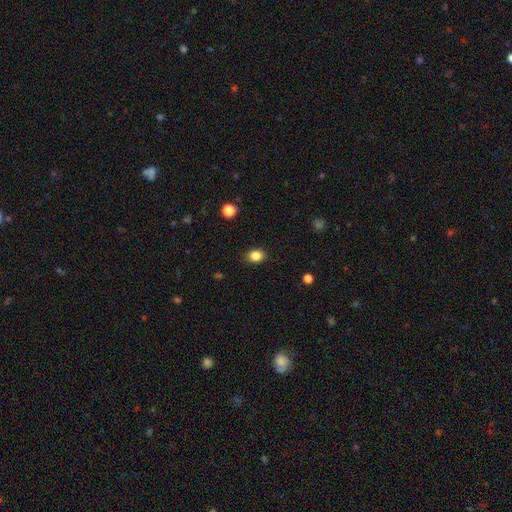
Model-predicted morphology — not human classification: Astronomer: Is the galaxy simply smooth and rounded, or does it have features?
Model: smooth — 85%.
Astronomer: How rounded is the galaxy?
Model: round — 54% (runner-up: in between, 45%).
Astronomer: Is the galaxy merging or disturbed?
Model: none — 88%.